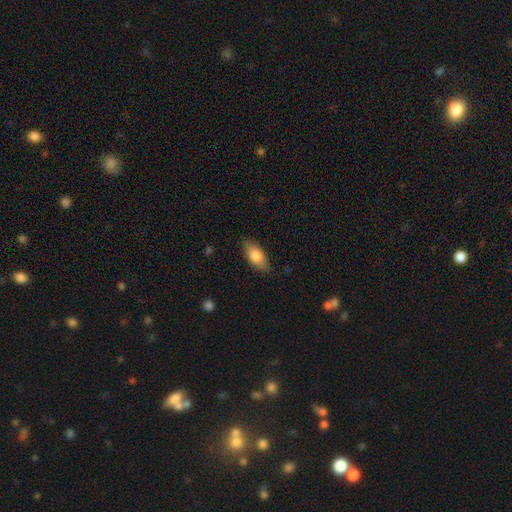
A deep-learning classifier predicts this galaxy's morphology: This is likely a smooth galaxy (78%). How rounded: clearly in between (87%). Merging: clearly none (84%).